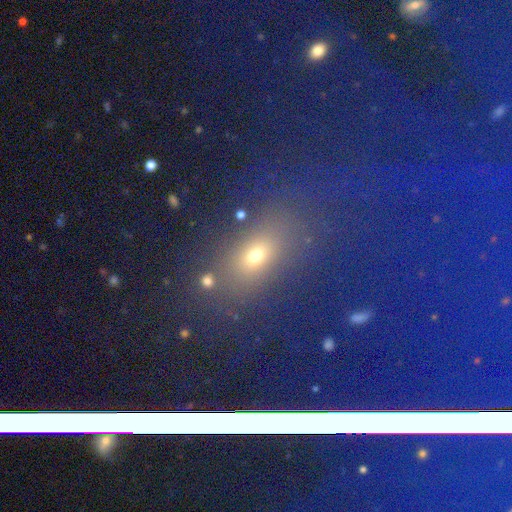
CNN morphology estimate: smooth_or_featured: smooth (p=0.54) [alt: star or artifact p=0.35]
how_rounded: in between (p=0.66) [alt: round p=0.24]
merging: none (p=0.77) [alt: minor disturbance p=0.11]